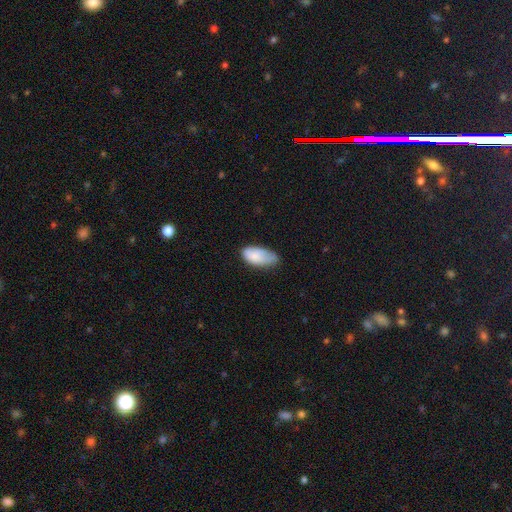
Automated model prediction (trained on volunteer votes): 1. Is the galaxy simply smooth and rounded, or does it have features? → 82% smooth, 11% featured or disk, 7% star or artifact.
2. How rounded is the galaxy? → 93% in between, 4% cigar-shaped, 3% round.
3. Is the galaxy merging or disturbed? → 45% minor disturbance, 41% none, 11% major disturbance, 3% merger.